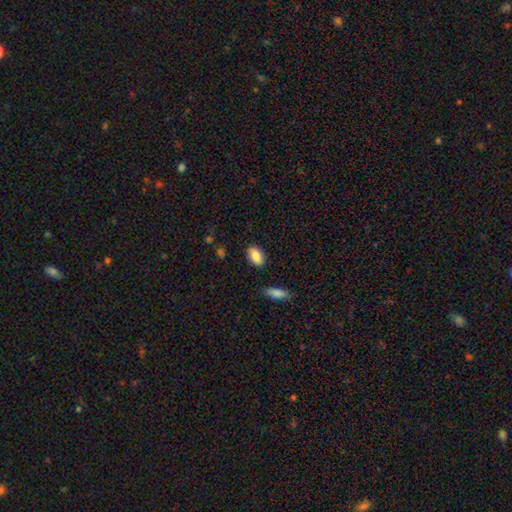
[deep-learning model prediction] Smooth or featured? Predicted: smooth (p=0.85). How rounded? Predicted: in between (p=0.90). Merging? Predicted: none (p=0.86).